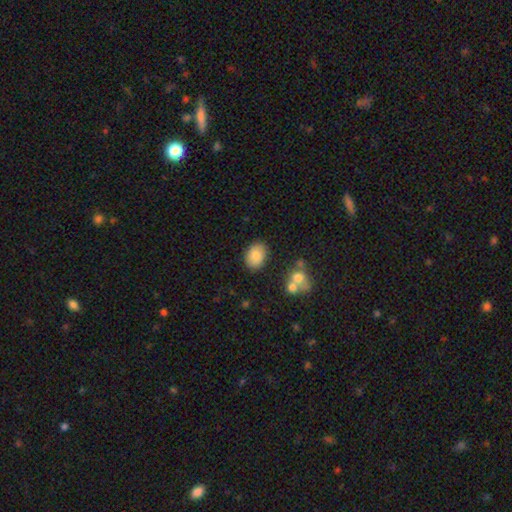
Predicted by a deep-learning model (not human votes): A smooth galaxy with no disk features (84%) that is in between round and cigar-shaped (74%).

Vote fractions:
- Smooth or featured? smooth: 84% / featured or disk: 8% / star or artifact: 8%
- How rounded? in between: 74% / round: 25% / cigar-shaped: 1%
- Merging? none: 83% / minor disturbance: 11% / merger: 3% / major disturbance: 3%